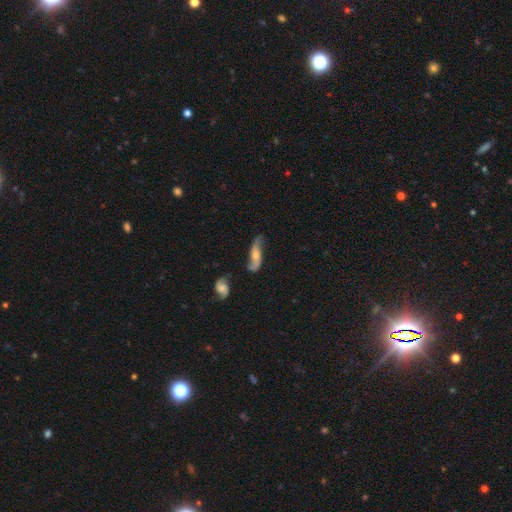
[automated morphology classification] This is likely a featured or disk galaxy (72%). It is clearly not viewed edge-on (84%). Bar: possibly no (58%). Spiral arm pattern: clearly yes (92%). Spiral arm count: clearly 2 (89%). Spiral winding: likely loose (75%). Central bulge: marginally moderate (44%). Merging: possibly none (56%).